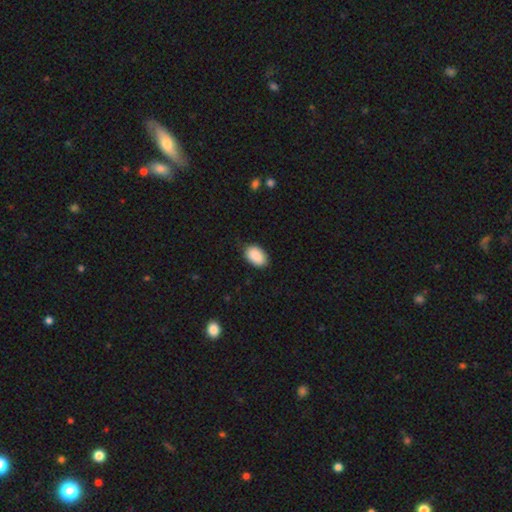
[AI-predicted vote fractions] This appears to be a smooth galaxy with no disk features (90%) that is in between round and cigar-shaped (92%). Merging: none (81%).